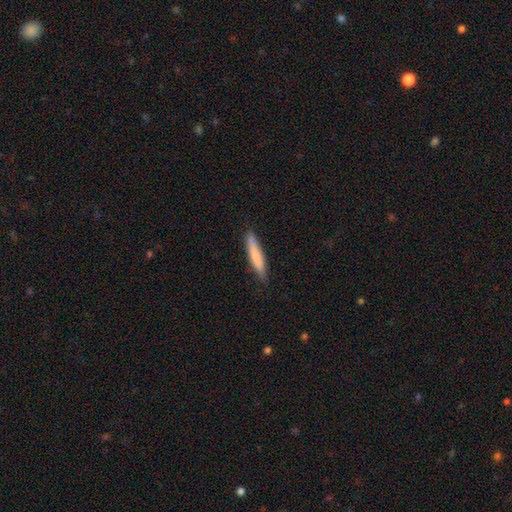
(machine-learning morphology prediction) The model was most divided on "smooth or featured": smooth: 78%, featured or disk: 16%, star or artifact: 6%. More confident: how rounded — cigar-shaped (90%); merging — none (82%).